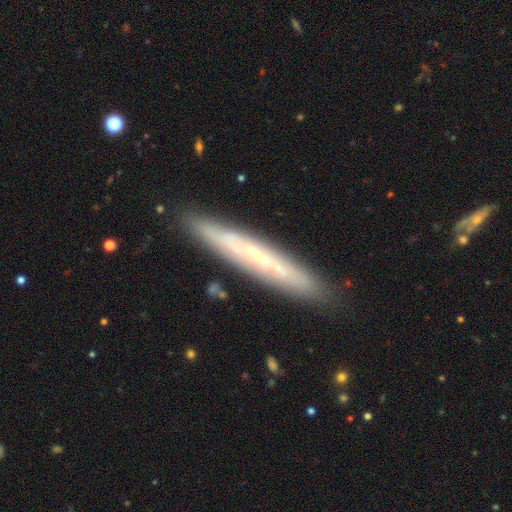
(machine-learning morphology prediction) Smooth or featured? featured or disk (57%)
Edge-on disk? yes (81%)
Merging? none (86%)